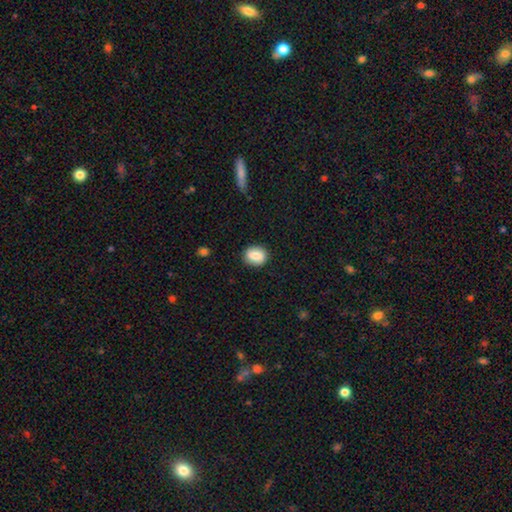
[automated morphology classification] A smooth galaxy with no disk features (82%) that is round (56%).

Vote fractions:
- Smooth or featured? smooth: 82% / featured or disk: 10% / star or artifact: 8%
- How rounded? round: 56% / in between: 43% / cigar-shaped: 1%
- Merging? none: 86% / minor disturbance: 11% / major disturbance: 3% / merger: 1%